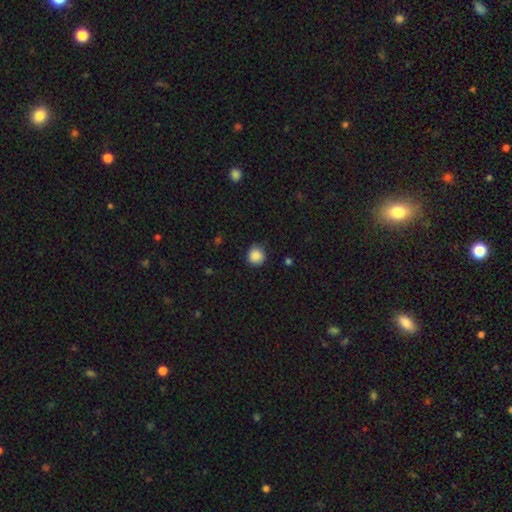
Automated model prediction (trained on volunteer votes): Smooth or featured? smooth (87%)
How rounded? round (92%)
Merging? none (86%)